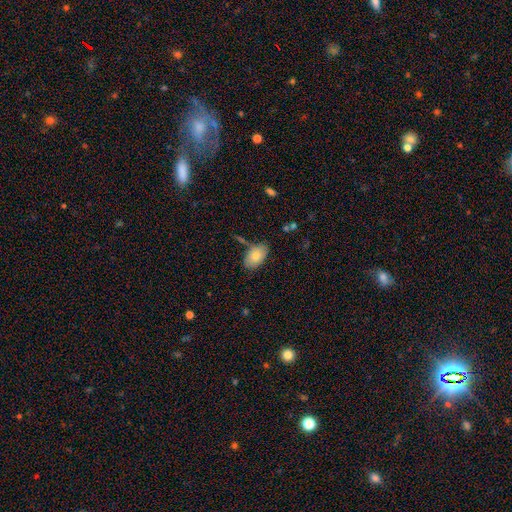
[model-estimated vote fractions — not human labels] Morphology: type=smooth (79%); roundness=in between (92%); merging=none (73%).